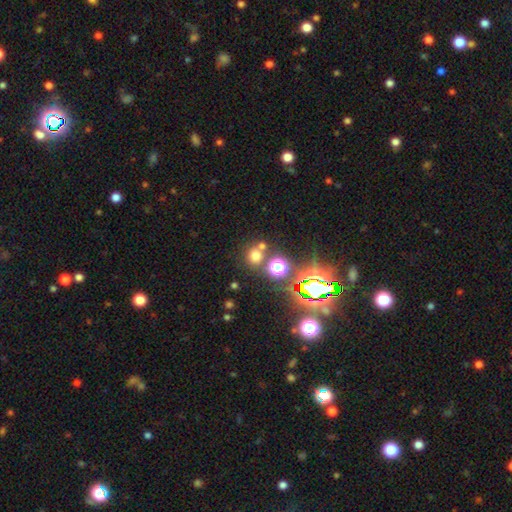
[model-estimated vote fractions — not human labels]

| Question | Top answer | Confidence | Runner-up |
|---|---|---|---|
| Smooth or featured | smooth | 59% | star or artifact (33%) |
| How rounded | round | 86% | in between (13%) |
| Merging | none | 70% | merger (18%) |